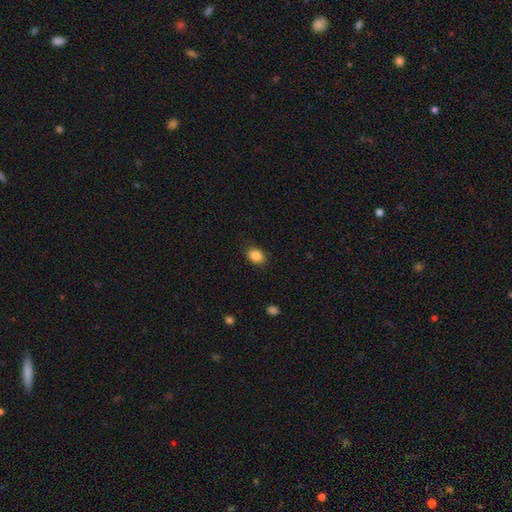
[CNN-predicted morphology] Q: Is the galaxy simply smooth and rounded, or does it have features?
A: smooth — 87%.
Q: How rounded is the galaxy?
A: in between — 68%.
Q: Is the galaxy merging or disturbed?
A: none — 86%.